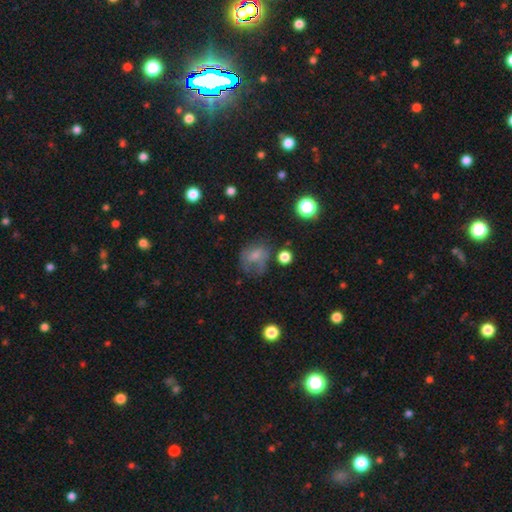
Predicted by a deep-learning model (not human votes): The model was most divided on "merging": none: 35%, major disturbance: 33%, minor disturbance: 26%, merger: 5%. More confident: smooth or featured — smooth (61%); how rounded — in between (52%).